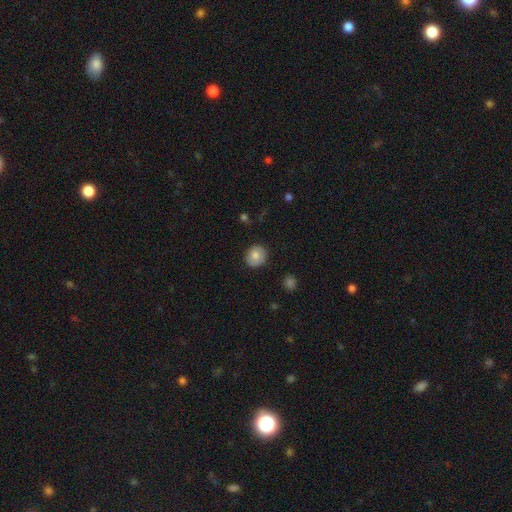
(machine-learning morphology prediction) smooth 78%, featured or disk 14%, star or artifact 8%. Down the decision tree: how rounded — round (84%); merging — none (88%).